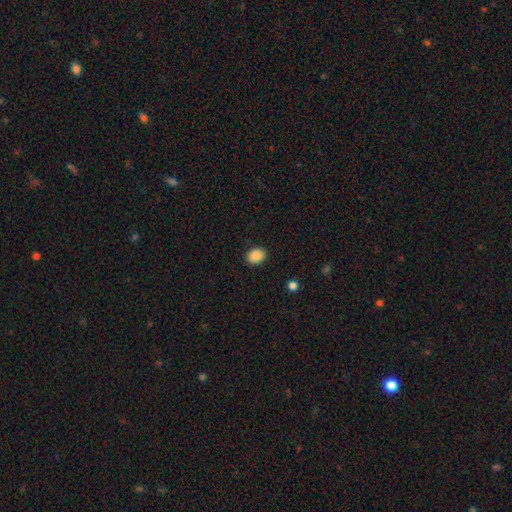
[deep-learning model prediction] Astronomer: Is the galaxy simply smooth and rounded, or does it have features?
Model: smooth — 89%.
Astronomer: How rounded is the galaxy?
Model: in between — 57% (runner-up: round, 43%).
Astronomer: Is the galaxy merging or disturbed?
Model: none — 88%.